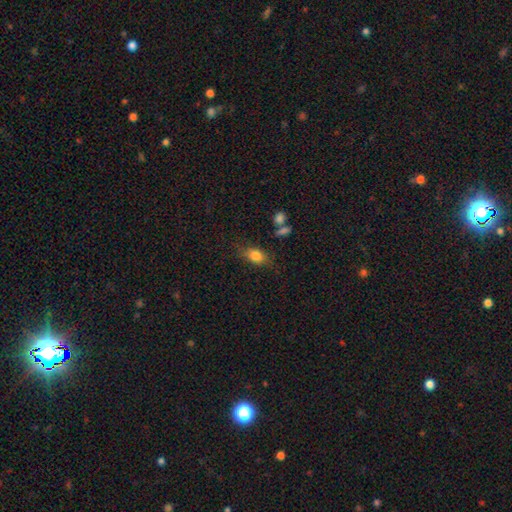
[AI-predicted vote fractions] smooth-or-featured: smooth: 79% | featured or disk: 11% | star or artifact: 10%
  how-rounded: in between: 78% | round: 16% | cigar-shaped: 7%
  merging: none: 72% | minor disturbance: 19% | major disturbance: 6% | merger: 3%